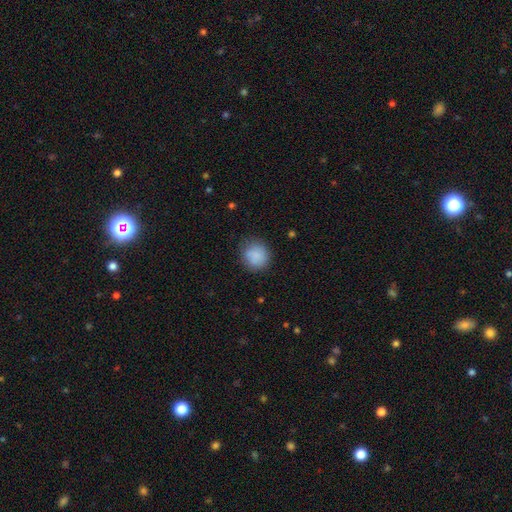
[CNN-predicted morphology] Overall: smooth (86%). How rounded: round (84%). Merging: none (79%).